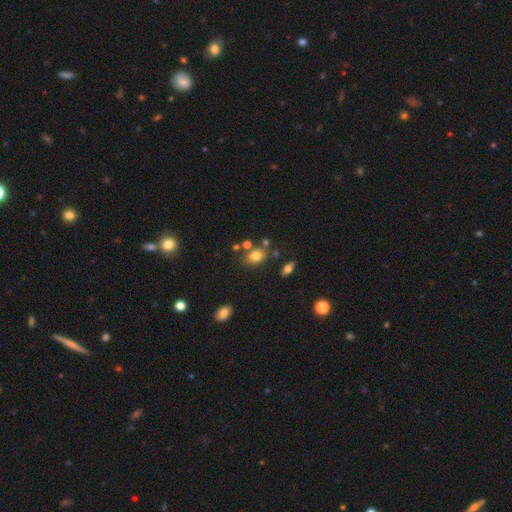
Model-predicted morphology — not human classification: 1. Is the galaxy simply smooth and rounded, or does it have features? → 76% smooth, 12% star or artifact, 12% featured or disk.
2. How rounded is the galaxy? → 68% in between, 30% round, 2% cigar-shaped.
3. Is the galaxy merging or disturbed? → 67% none, 15% minor disturbance, 14% merger, 4% major disturbance.